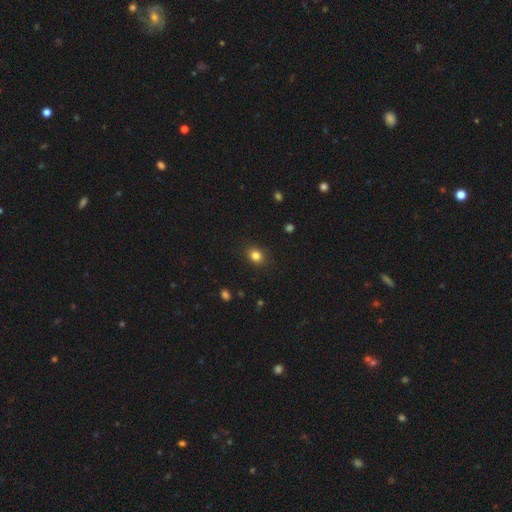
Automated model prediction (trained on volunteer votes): Smooth or featured? Predicted: smooth (p=0.83). How rounded? Predicted: round (p=0.56). Merging? Predicted: none (p=0.88).